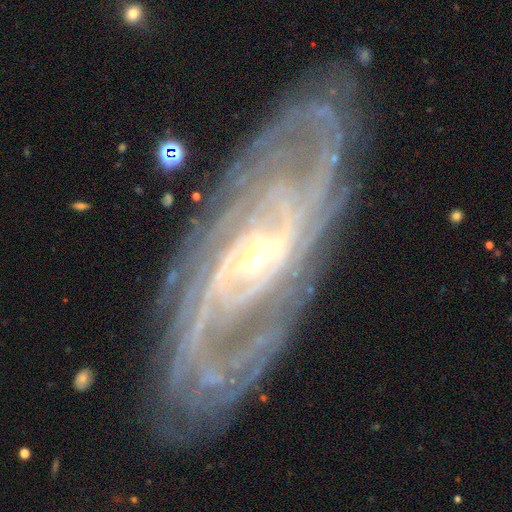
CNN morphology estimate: Overall: featured or disk (89%). Edge-on disk: no (91%). Bar: weak (41%; no 40%). Spiral arms: yes (97%). Spiral arm count: 2 (36%; can't tell 25%). Spiral winding: tight (55%; medium 35%). Bulge size: small (71%). Merging: none (83%).